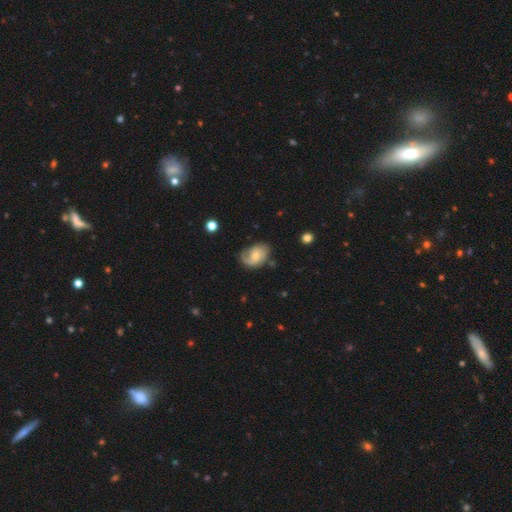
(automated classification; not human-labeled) Smooth or featured?
  - featured or disk: 62% *
  - smooth: 31%
  - star or artifact: 7%
Edge-on disk?
  - no: 97% *
  - yes: 3%
Bar?
  - no: 67% *
  - weak: 28%
  - strong: 4%
Spiral arms?
  - yes: 88% *
  - no: 12%
Spiral winding?
  - medium: 39% *
  - tight: 32%
  - loose: 29%
Spiral arm count?
  - 2: 41% *
  - 1: 40%
  - can't tell: 14%
  - 3: 3%
  - 4: 1%
  - more than 4: 1%
Bulge size?
  - small: 50% *
  - moderate: 42%
  - none: 4%
  - large: 3%
  - dominant: 1%
Merging?
  - none: 57% *
  - minor disturbance: 27%
  - major disturbance: 13%
  - merger: 3%